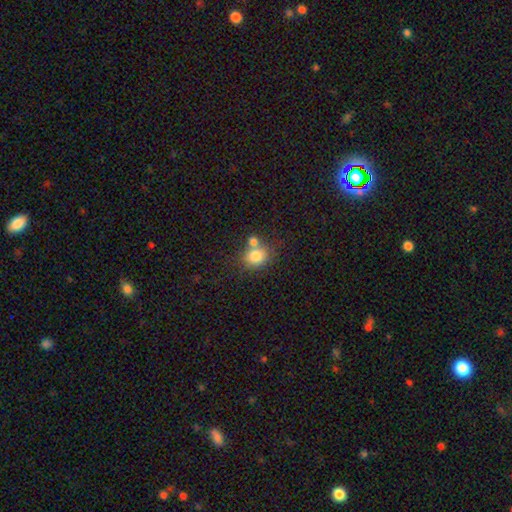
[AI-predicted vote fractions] Smooth or featured? smooth (81%)
How rounded? round (65%)
Merging? none (50%)